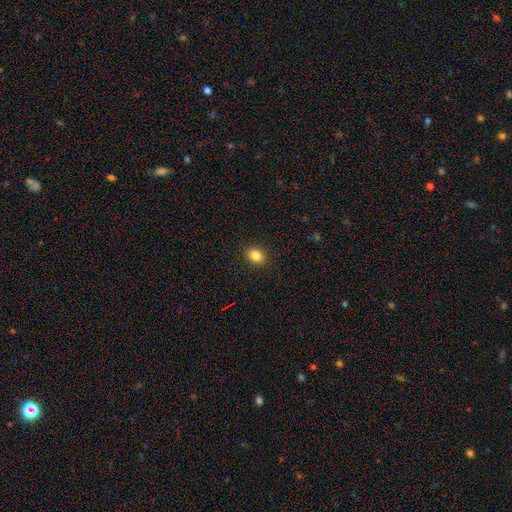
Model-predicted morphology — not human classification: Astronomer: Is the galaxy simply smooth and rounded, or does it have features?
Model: smooth — 84%.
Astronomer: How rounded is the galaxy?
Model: in between — 66%.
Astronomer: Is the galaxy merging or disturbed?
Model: none — 90%.